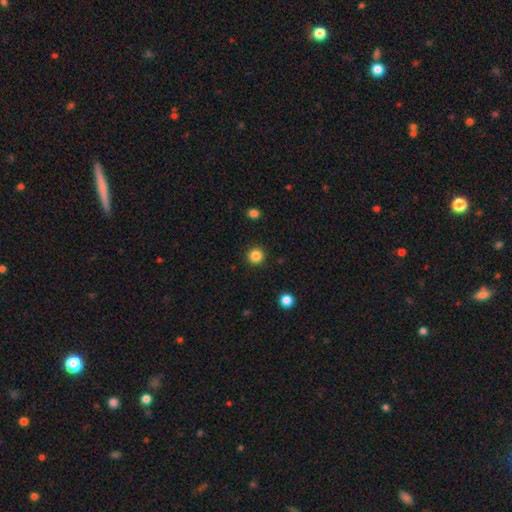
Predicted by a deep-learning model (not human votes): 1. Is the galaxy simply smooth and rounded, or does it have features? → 85% smooth, 12% star or artifact, 4% featured or disk.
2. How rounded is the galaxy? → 95% round, 4% in between, 1% cigar-shaped.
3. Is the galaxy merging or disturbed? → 92% none, 5% minor disturbance, 2% major disturbance, 1% merger.